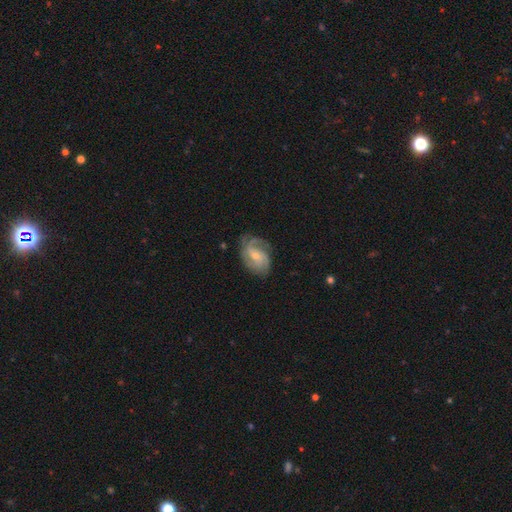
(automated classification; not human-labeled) smooth-or-featured: featured or disk: 81% | smooth: 12% | star or artifact: 6%
  disk-edge-on: no: 97% | yes: 3%
    bar: no: 47% | weak: 43% | strong: 11%
    has-spiral-arms: yes: 95% | no: 5%
      spiral-winding: tight: 44% | medium: 41% | loose: 15%
      spiral-arm-count: 2: 31% | 3: 30% | can't tell: 21% | 4: 7% | 1: 6% | more than 4: 4%
    bulge-size: small: 52% | moderate: 44% | none: 2% | large: 1% | dominant: 1%
  merging: none: 68% | minor disturbance: 21% | major disturbance: 9% | merger: 1%